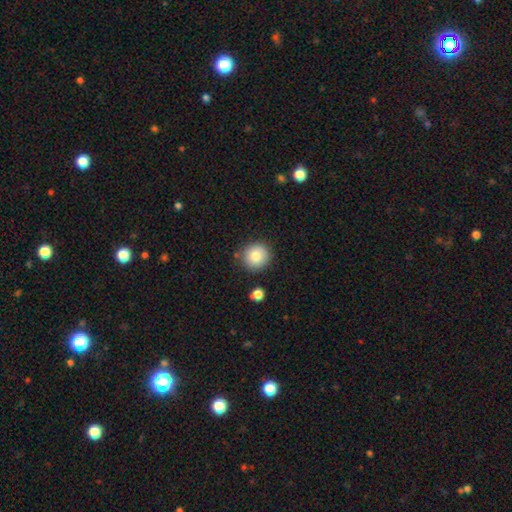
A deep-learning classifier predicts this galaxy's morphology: Smooth or featured: smooth — 83% (star or artifact — 9%)
How rounded: round — 92% (in between — 7%)
Merging: none — 85% (minor disturbance — 9%)